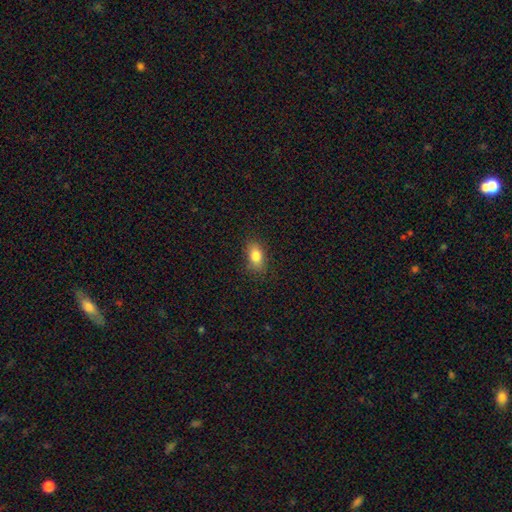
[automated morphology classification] Smooth or featured?
  - smooth: 82% *
  - star or artifact: 9%
  - featured or disk: 9%
How rounded?
  - in between: 85% *
  - round: 11%
  - cigar-shaped: 4%
Merging?
  - none: 82% *
  - minor disturbance: 13%
  - major disturbance: 3%
  - merger: 1%